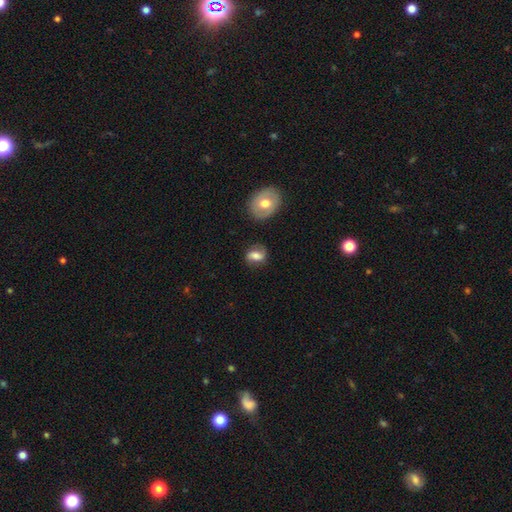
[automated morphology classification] smooth_or_featured: smooth (p=0.56) [alt: featured or disk p=0.35]
how_rounded: in between (p=0.66) [alt: round p=0.31]
merging: none (p=0.71) [alt: minor disturbance p=0.19]